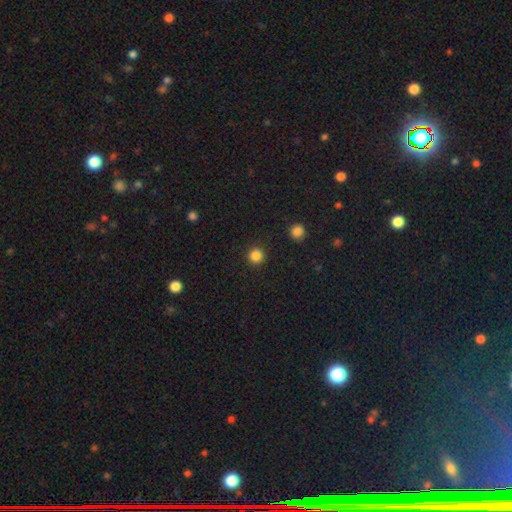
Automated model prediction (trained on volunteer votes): A smooth galaxy with no disk features (85%) that is round (95%). Merging: none (92%).